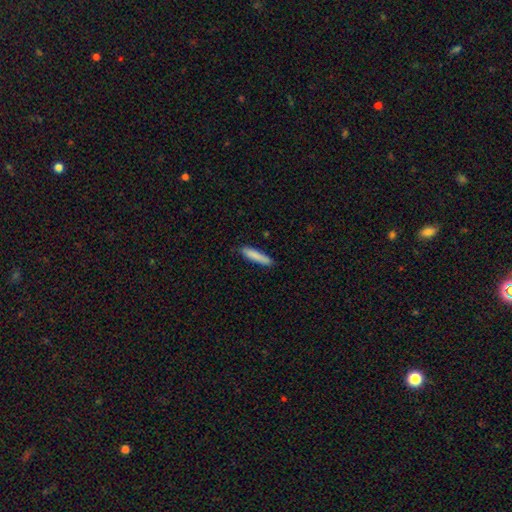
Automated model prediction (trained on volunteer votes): Smooth or featured: smooth — 86% (featured or disk — 9%)
How rounded: cigar-shaped — 85% (in between — 14%)
Merging: none — 87% (minor disturbance — 10%)